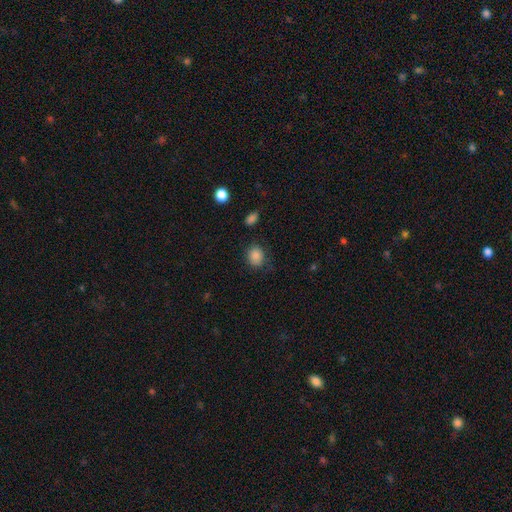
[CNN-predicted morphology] type=smooth (86%); roundness=round (63%); merging=none (72%).